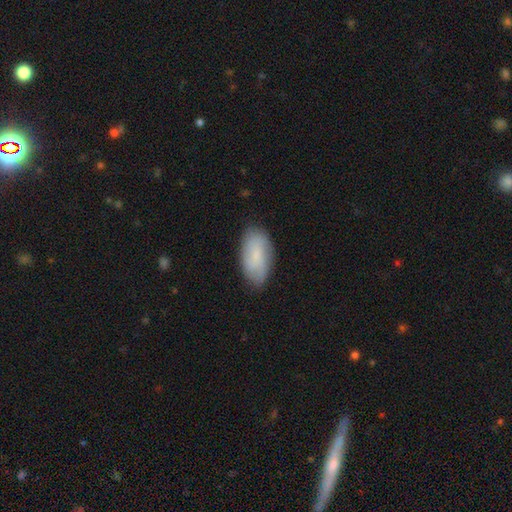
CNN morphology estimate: smooth-or-featured: smooth: 69% | featured or disk: 24% | star or artifact: 7%
  how-rounded: in between: 93% | cigar-shaped: 4% | round: 3%
  merging: none: 79% | minor disturbance: 16% | major disturbance: 4% | merger: 1%